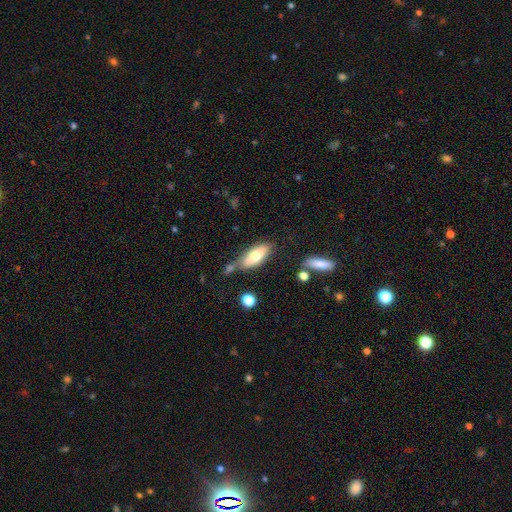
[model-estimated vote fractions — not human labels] A smooth galaxy with no disk features (72%) that is in between round and cigar-shaped (72%). Merging: none (58%).